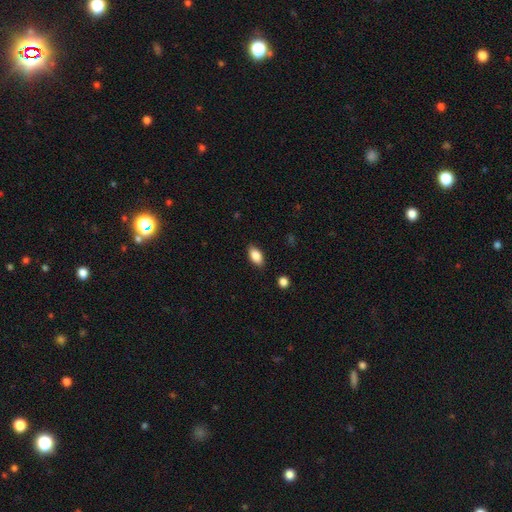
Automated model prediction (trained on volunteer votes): Smooth or featured? Predicted: smooth (p=0.85). How rounded? Predicted: in between (p=0.90). Merging? Predicted: none (p=0.86).